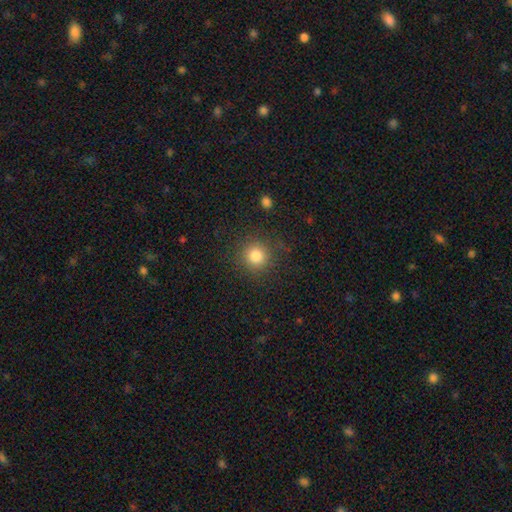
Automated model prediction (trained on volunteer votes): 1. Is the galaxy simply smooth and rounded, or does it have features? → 83% smooth, 12% star or artifact, 6% featured or disk.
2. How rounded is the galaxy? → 93% round, 6% in between, 1% cigar-shaped.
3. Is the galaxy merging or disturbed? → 87% none, 8% minor disturbance, 3% major disturbance, 1% merger.